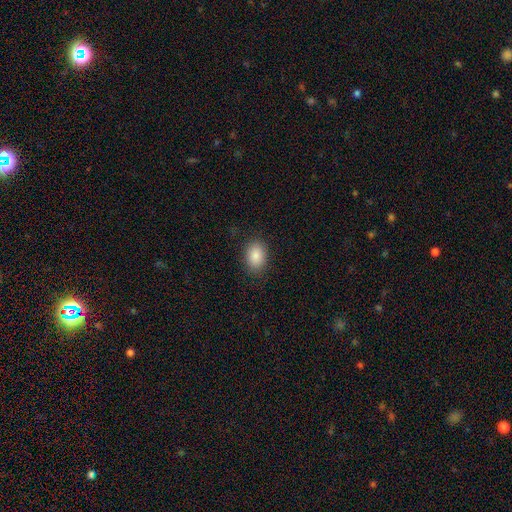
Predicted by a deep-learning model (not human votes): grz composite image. It shows a smooth galaxy with no disk features (87%) that is in between round and cigar-shaped (81%). Merging: none (87%).